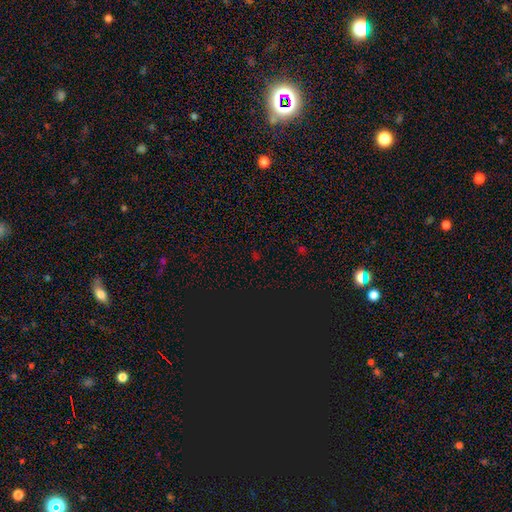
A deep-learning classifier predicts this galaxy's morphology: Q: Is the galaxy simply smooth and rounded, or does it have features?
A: star or artifact — 69%.